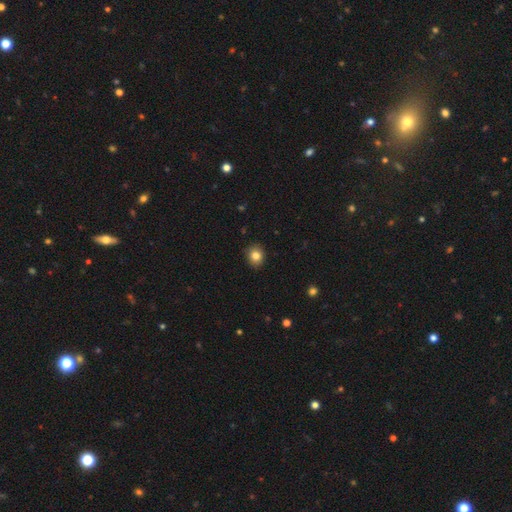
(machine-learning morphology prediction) smooth 83%, star or artifact 10%, featured or disk 7%. Down the decision tree: how rounded — round (67%); merging — none (89%).